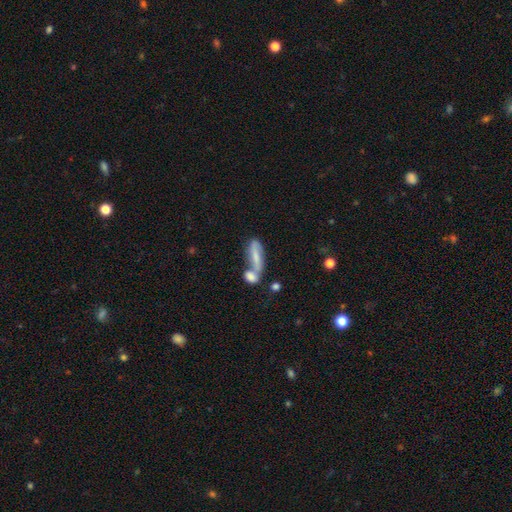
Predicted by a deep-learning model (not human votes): Smooth or featured?
  - smooth: 57% *
  - featured or disk: 34%
  - star or artifact: 8%
How rounded?
  - cigar-shaped: 49% *
  - in between: 47%
  - round: 4%
Merging?
  - merger: 56% *
  - none: 25%
  - minor disturbance: 11%
  - major disturbance: 7%